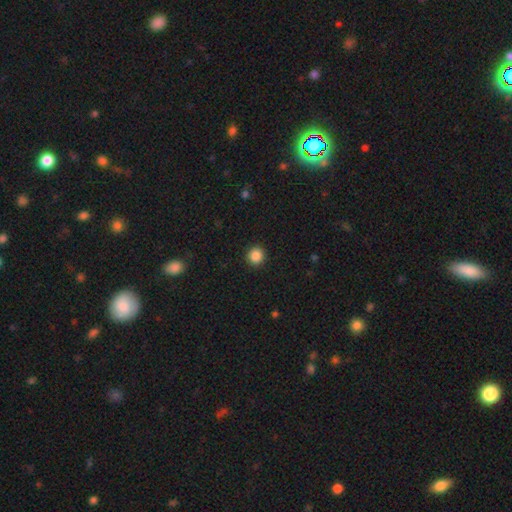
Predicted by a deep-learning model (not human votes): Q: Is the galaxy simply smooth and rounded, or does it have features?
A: smooth — 87%.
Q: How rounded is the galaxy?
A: round — 93%.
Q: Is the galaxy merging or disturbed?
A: none — 93%.